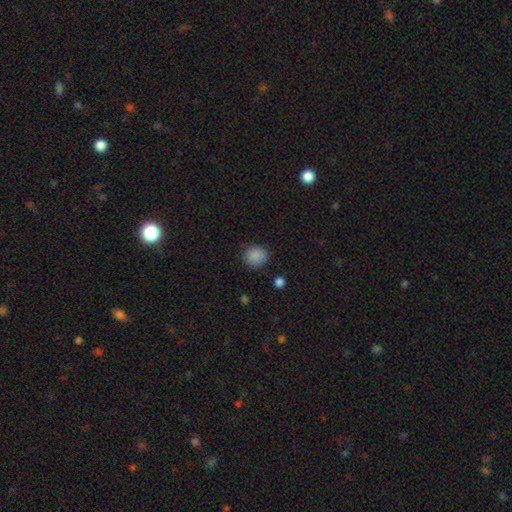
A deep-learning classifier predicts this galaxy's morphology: A smooth galaxy with no disk features (87%) that is round (81%). Merging: none (81%).